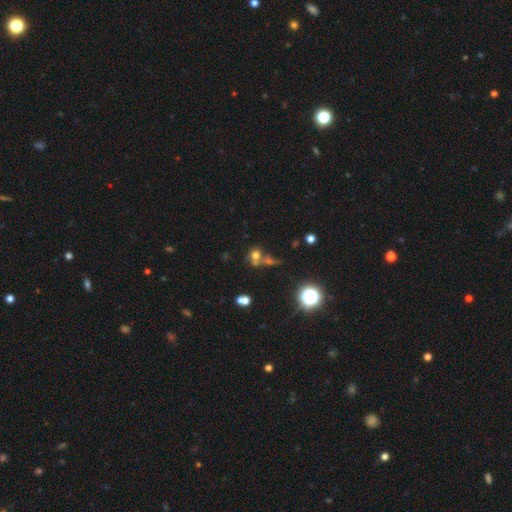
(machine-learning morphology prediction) This is possibly a smooth galaxy (47%). Merging: marginally merger (43%, tied with none).